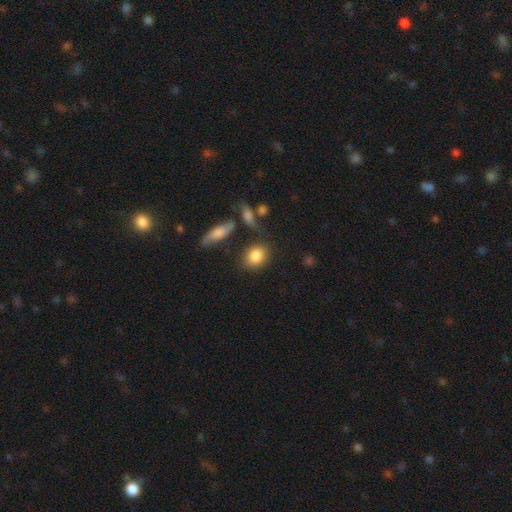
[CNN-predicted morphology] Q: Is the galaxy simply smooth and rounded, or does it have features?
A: smooth — 85%.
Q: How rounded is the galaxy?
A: round — 49%, tied with in between.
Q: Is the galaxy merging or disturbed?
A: none — 74%.